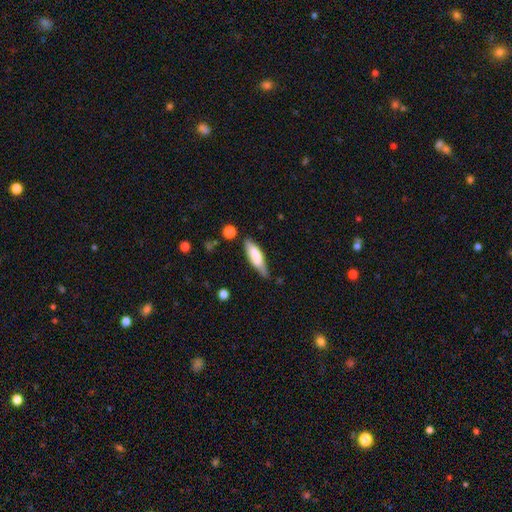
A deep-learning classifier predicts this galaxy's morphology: smooth-or-featured: smooth: 72% | featured or disk: 22% | star or artifact: 6%
  how-rounded: cigar-shaped: 54% | in between: 44% | round: 2%
  merging: none: 66% | minor disturbance: 25% | major disturbance: 5% | merger: 3%